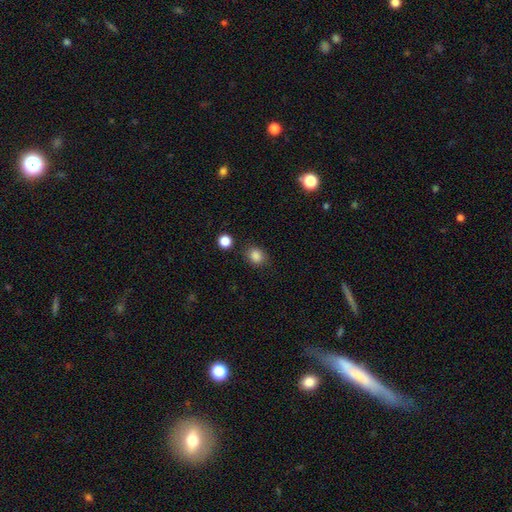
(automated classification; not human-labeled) Smooth or featured: smooth — 85% (star or artifact — 11%)
How rounded: round — 61% (in between — 38%)
Merging: none — 82% (minor disturbance — 11%)